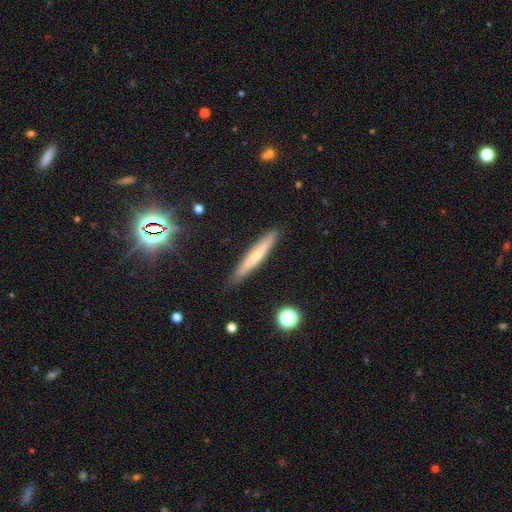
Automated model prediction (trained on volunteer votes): smooth_or_featured: smooth (p=0.55) [alt: featured or disk p=0.38]
how_rounded: cigar-shaped (p=0.94) [alt: in between p=0.04]
merging: none (p=0.89) [alt: minor disturbance p=0.08]